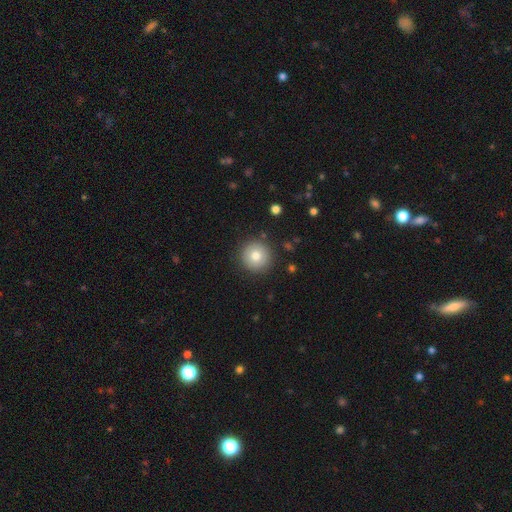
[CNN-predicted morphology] smooth_or_featured: smooth (p=0.78) [alt: featured or disk p=0.12]
how_rounded: round (p=0.96) [alt: in between p=0.03]
merging: none (p=0.90) [alt: minor disturbance p=0.07]